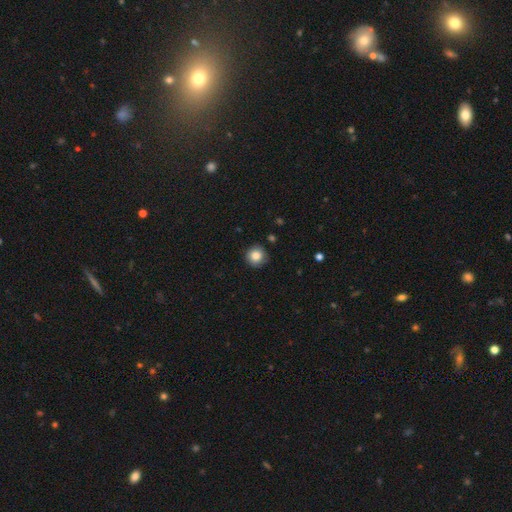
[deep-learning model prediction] Smooth or featured? smooth (84%)
How rounded? round (95%)
Merging? none (88%)